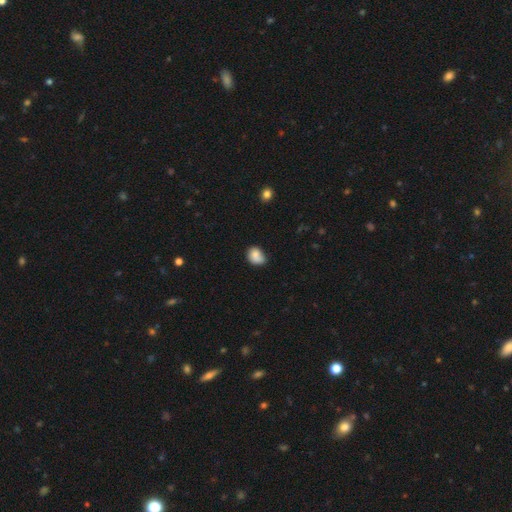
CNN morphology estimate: A smooth galaxy with no disk features (77%) that is round (50%).

Vote fractions:
- Smooth or featured? smooth: 77% / featured or disk: 13% / star or artifact: 9%
- How rounded? round: 50% / in between: 49% / cigar-shaped: 1%
- Merging? none: 45% / minor disturbance: 34% / merger: 11% / major disturbance: 10%